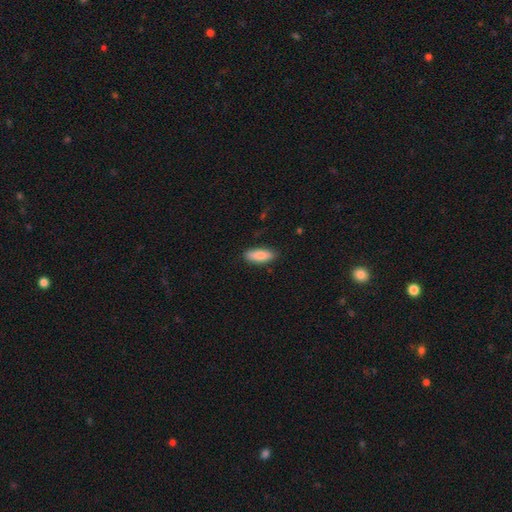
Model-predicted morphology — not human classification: smooth_or_featured: smooth (p=0.85) [alt: featured or disk p=0.09]
how_rounded: in between (p=0.69) [alt: cigar-shaped p=0.29]
merging: none (p=0.87) [alt: minor disturbance p=0.10]